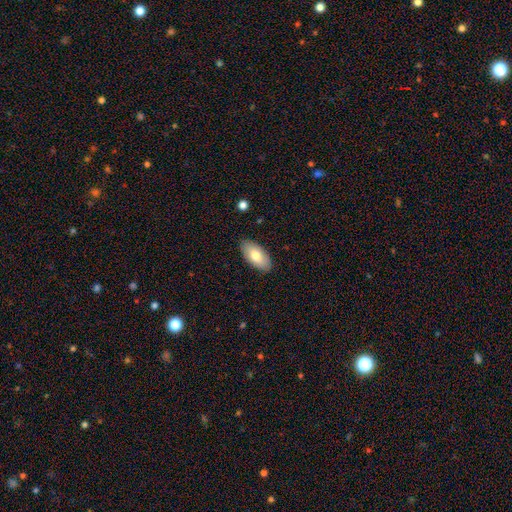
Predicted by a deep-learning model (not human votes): This appears to be a smooth galaxy with no disk features (77%) that is in between round and cigar-shaped (93%). Merging: none (88%).